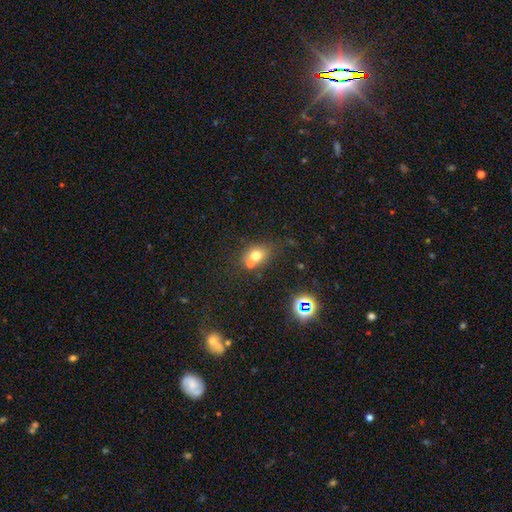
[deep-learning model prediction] This is likely a smooth galaxy (69%). How rounded: possibly round (58%). Merging: possibly none (48%).